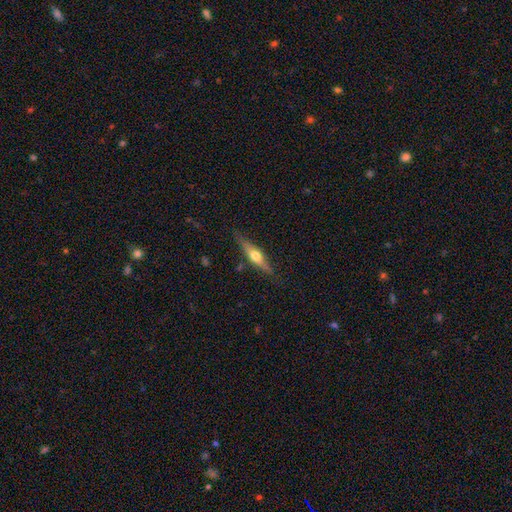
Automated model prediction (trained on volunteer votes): A featured or disk galaxy (66%) viewed edge-on (95%) with a rounded central bulge (95%).

Vote fractions:
- Smooth or featured? featured or disk: 66% / smooth: 28% / star or artifact: 6%
- Edge-on disk? yes: 95% / no: 5%
- Edge-on bulge? rounded: 95% / boxy: 3% / none: 3%
- Merging? none: 84% / minor disturbance: 11% / major disturbance: 2% / merger: 2%